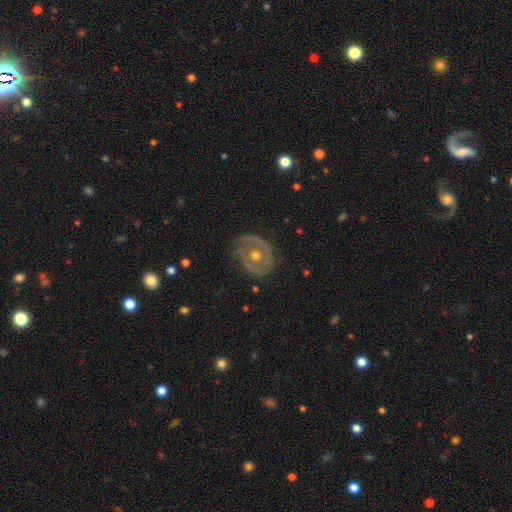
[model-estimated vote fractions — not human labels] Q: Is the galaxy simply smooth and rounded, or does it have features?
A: featured or disk — 75%.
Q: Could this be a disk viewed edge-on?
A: no — 96%.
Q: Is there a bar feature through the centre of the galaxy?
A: no — 75%.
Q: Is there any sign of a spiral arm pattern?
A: yes — 52%.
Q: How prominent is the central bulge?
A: moderate — 78%.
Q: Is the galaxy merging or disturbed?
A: none — 76%.